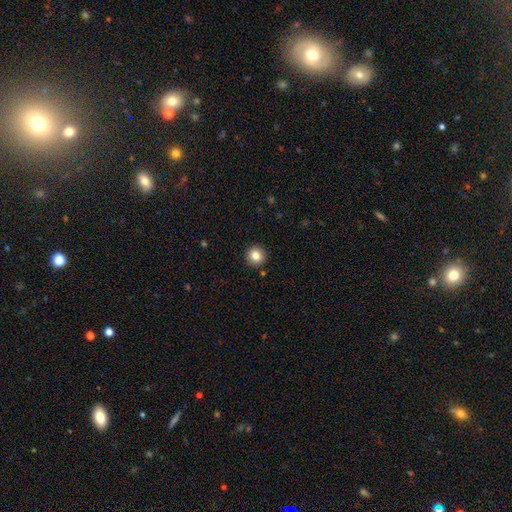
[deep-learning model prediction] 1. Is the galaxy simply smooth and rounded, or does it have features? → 83% smooth, 10% star or artifact, 7% featured or disk.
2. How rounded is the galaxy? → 95% round, 4% in between, 1% cigar-shaped.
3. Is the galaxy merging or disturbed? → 92% none, 5% minor disturbance, 2% major disturbance, 1% merger.